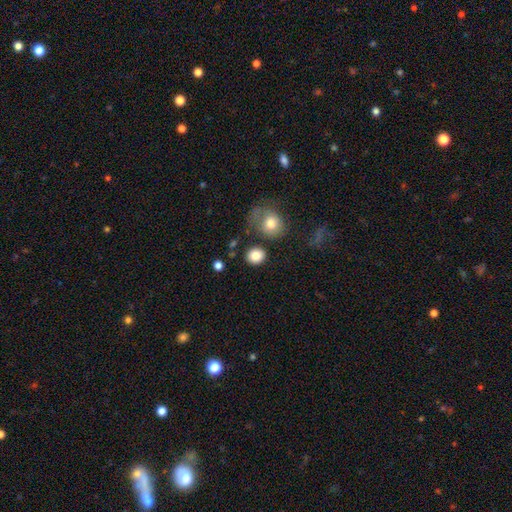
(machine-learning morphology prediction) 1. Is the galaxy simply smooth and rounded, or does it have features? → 86% smooth, 9% star or artifact, 6% featured or disk.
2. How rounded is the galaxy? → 77% round, 22% in between, 1% cigar-shaped.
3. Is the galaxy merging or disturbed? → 78% none, 10% minor disturbance, 7% merger, 4% major disturbance.